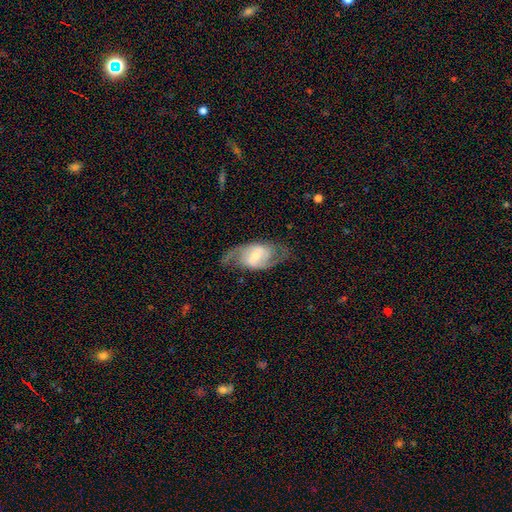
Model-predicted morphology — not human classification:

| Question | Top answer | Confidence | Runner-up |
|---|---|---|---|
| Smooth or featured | featured or disk | 82% | smooth (13%) |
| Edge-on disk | no | 96% | yes (4%) |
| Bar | weak | 49% | strong (36%) |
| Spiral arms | yes | 93% | no (7%) |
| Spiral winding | medium | 48% | loose (37%) |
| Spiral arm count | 2 | 90% | can't tell (5%) |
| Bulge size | small | 49% | moderate (35%) |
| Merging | none | 73% | minor disturbance (16%) |